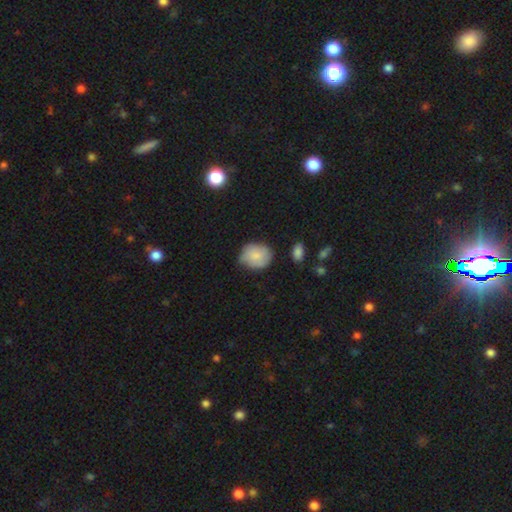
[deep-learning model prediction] Smooth or featured: smooth — 73% (featured or disk — 20%)
How rounded: round — 59% (in between — 40%)
Merging: none — 66% (minor disturbance — 27%)